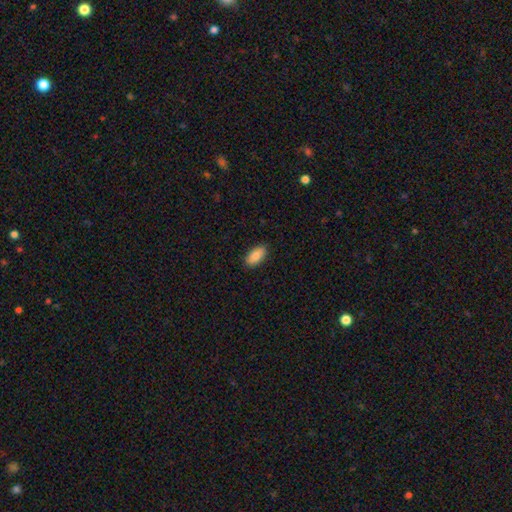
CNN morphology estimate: smooth 85%, featured or disk 8%, star or artifact 7%. Down the decision tree: how rounded — in between (92%); merging — none (88%).